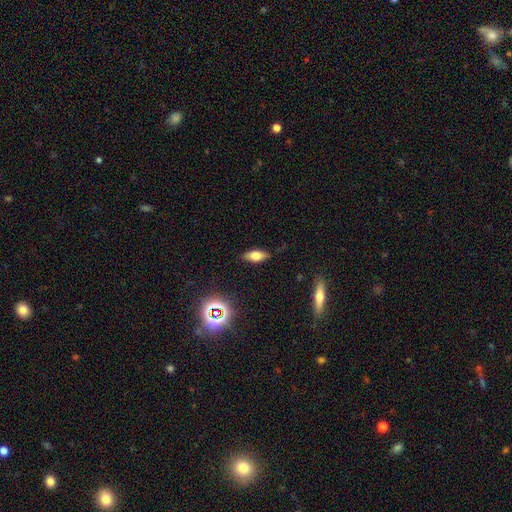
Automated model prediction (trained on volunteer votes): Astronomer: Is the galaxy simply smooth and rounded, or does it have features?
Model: smooth — 62%.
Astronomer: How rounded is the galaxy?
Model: in between — 75%.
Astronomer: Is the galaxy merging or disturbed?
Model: none — 85%.